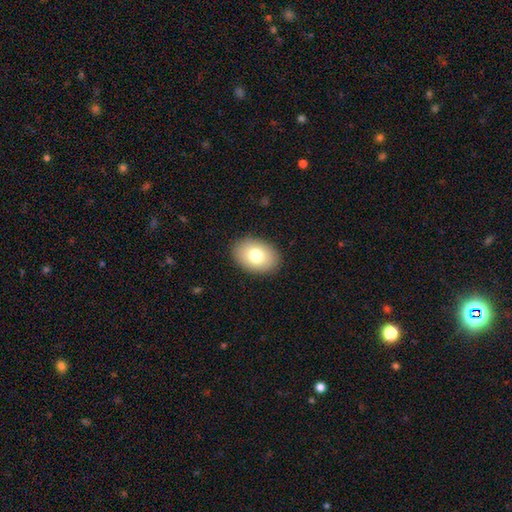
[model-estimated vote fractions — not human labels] The model was most divided on "how rounded": in between: 80%, round: 19%, cigar-shaped: 1%. More confident: merging — none (89%); smooth or featured — smooth (77%).